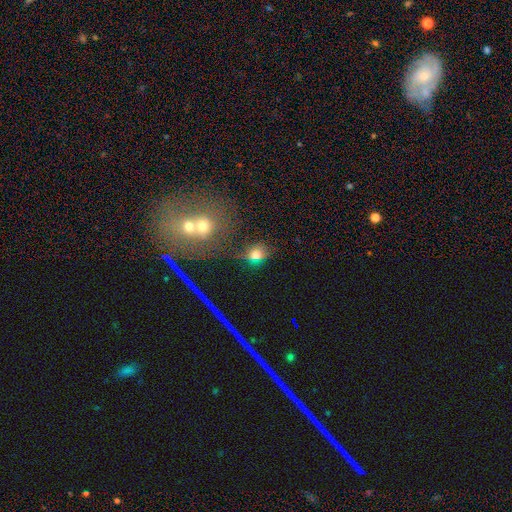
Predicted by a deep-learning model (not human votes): Morphology: type=smooth (67%); roundness=round (57%); merging=none (58%).